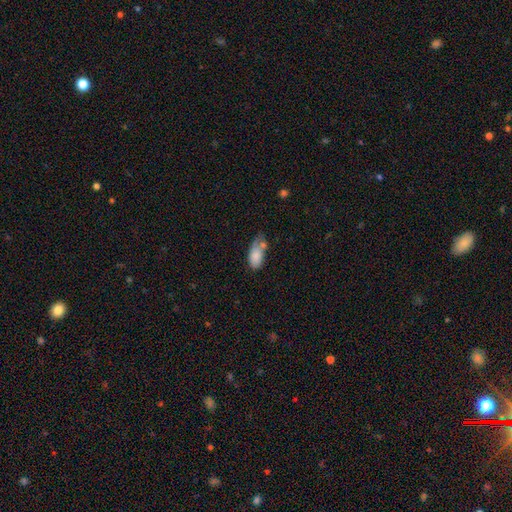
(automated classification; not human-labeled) Smooth or featured? smooth (78%)
How rounded? in between (90%)
Merging? none (32%)